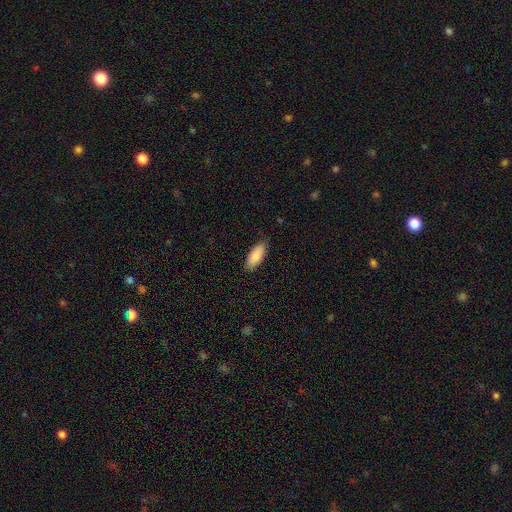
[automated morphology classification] The model was most divided on "how rounded": in between: 82%, cigar-shaped: 16%, round: 2%. More confident: smooth or featured — smooth (89%); merging — none (84%).